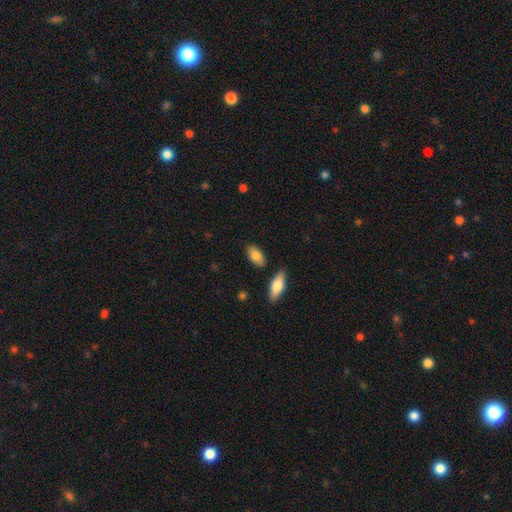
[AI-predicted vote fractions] A smooth galaxy with no disk features (82%) that is in between round and cigar-shaped (91%). Merging: none (83%).